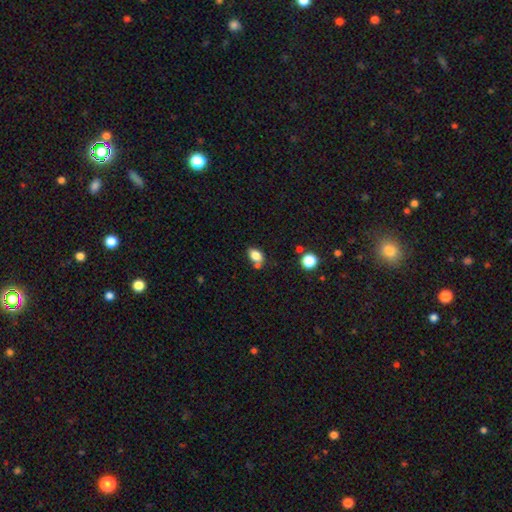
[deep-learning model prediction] smooth 83%, star or artifact 11%, featured or disk 7%. Down the decision tree: how rounded — in between (81%); merging — none (62%).